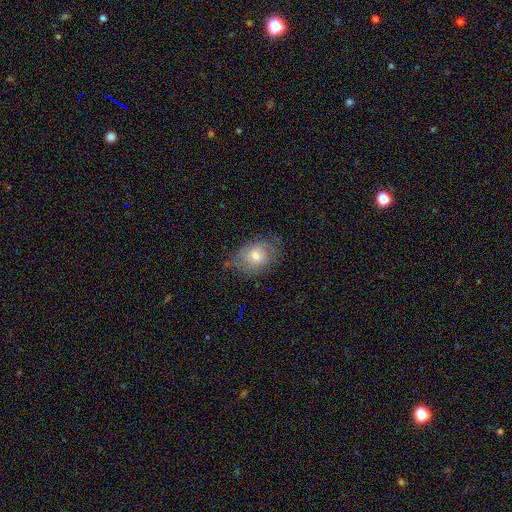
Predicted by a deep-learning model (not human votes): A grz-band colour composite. It shows a smooth galaxy with no disk features (60%) that is in between round and cigar-shaped (64%). Merging: none (65%).